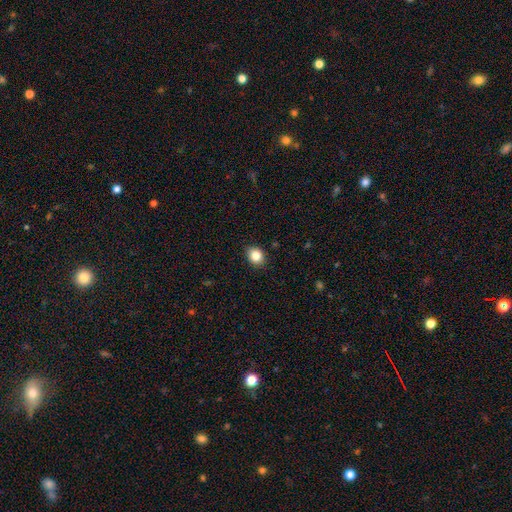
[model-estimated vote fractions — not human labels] This appears to be a smooth galaxy with no disk features (85%) that is round (63%). Merging: none (89%).